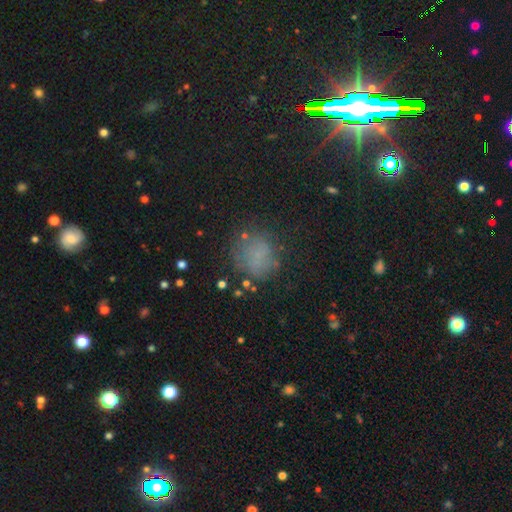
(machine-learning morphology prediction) A smooth galaxy with no disk features (58%) that is round (77%). Merging: none (71%).